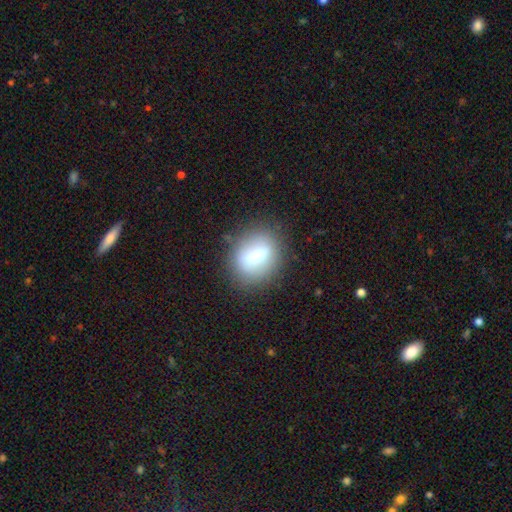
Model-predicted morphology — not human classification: Smooth or featured? Predicted: smooth (p=0.57). How rounded? Predicted: in between (p=0.50). Merging? Predicted: none (p=0.79).